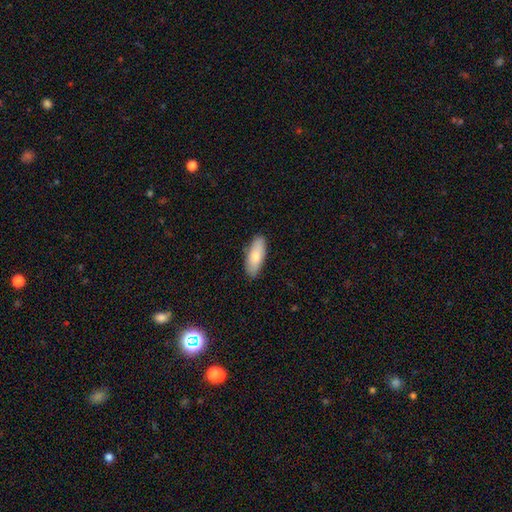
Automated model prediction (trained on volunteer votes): This appears to be a smooth galaxy with no disk features (79%) that is in between round and cigar-shaped (76%). Merging: none (87%).